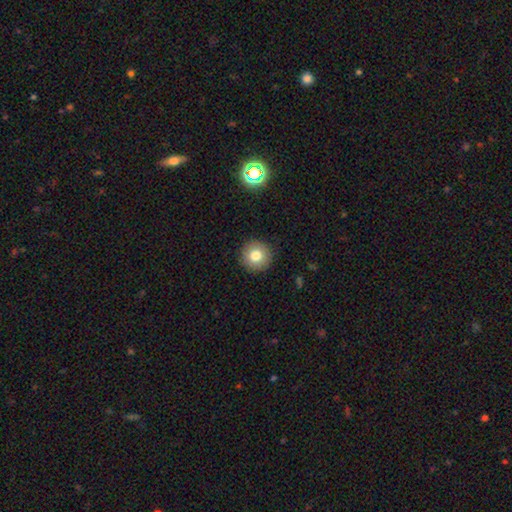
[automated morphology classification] This appears to be a smooth galaxy with no disk features (78%) that is round (95%). Merging: none (92%).